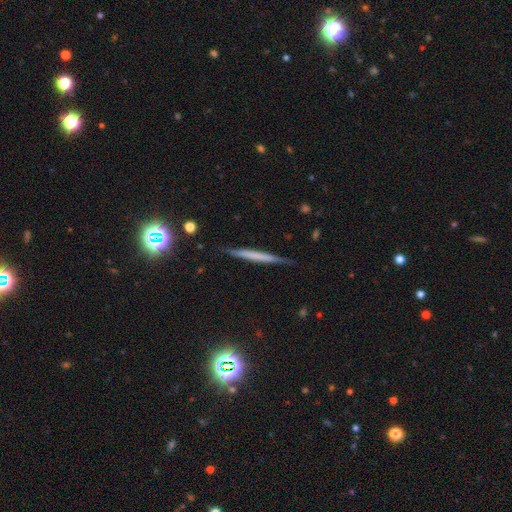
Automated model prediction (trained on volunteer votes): Smooth or featured? smooth (46%)
Merging? none (88%)